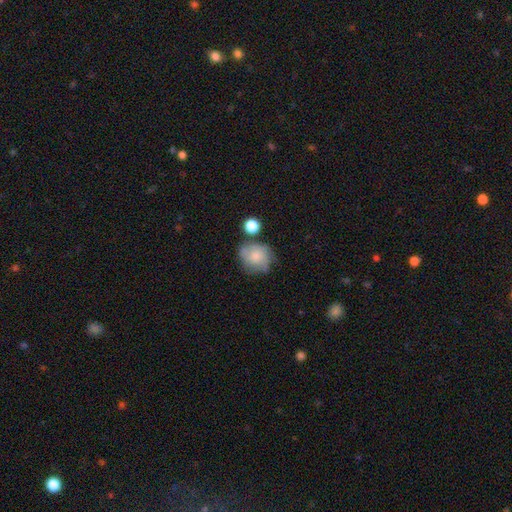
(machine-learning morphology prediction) Smooth or featured? Predicted: smooth (p=0.64). How rounded? Predicted: round (p=0.72). Merging? Predicted: none (p=0.55).